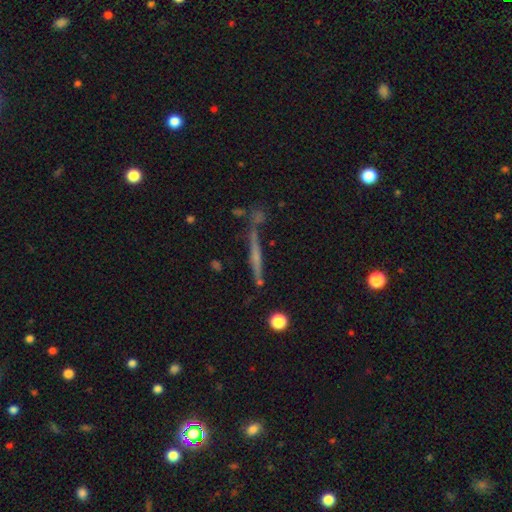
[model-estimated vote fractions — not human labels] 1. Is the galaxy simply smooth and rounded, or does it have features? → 59% featured or disk, 30% smooth, 11% star or artifact.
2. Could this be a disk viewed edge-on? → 94% yes, 6% no.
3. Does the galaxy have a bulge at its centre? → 57% none, 32% rounded, 10% boxy.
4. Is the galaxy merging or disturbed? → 73% none, 13% minor disturbance, 9% merger, 5% major disturbance.